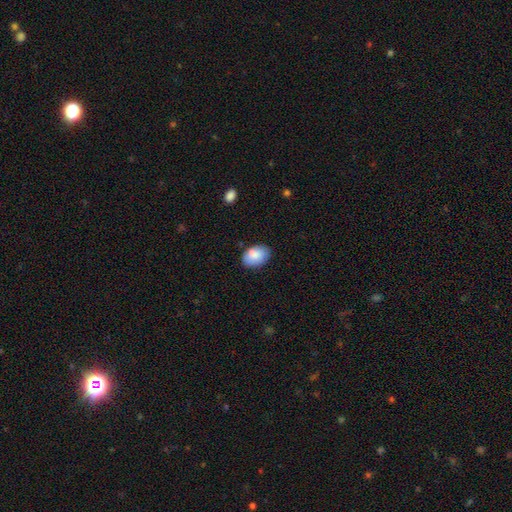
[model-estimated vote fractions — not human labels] The model was most divided on "merging": none: 77%, minor disturbance: 18%, major disturbance: 3%, merger: 2%. More confident: smooth or featured — smooth (85%); how rounded — in between (83%).